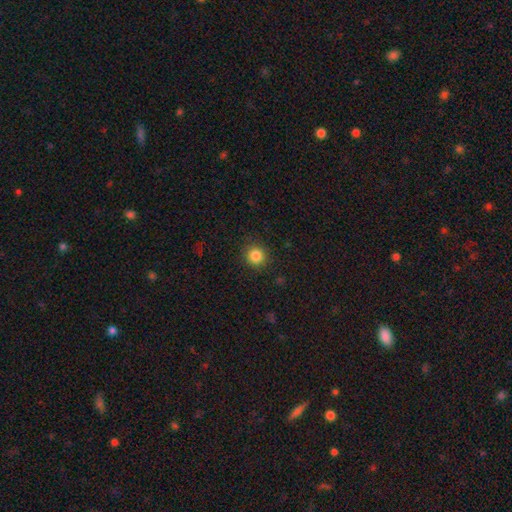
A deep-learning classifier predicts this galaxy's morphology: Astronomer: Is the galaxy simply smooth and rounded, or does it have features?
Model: smooth — 84%.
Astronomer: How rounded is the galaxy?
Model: round — 93%.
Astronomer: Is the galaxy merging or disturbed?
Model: none — 90%.